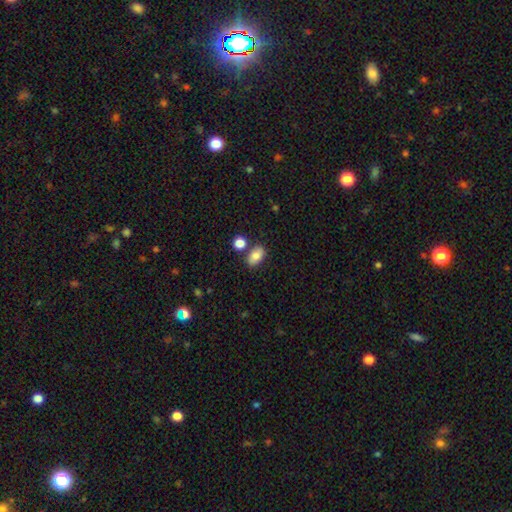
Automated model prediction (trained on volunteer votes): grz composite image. It shows a smooth galaxy with no disk features (82%) that is in between round and cigar-shaped (88%). Merging: none (74%).